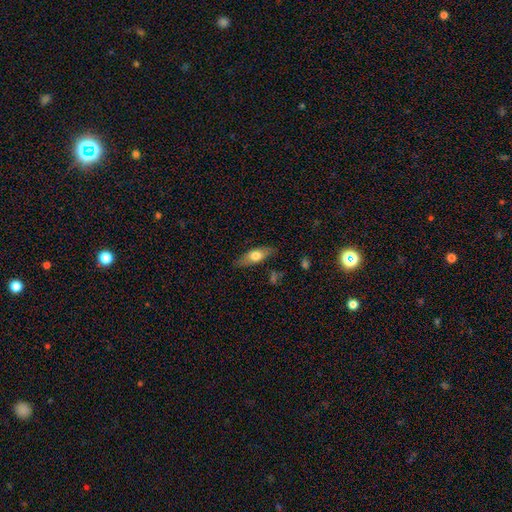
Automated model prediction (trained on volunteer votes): This is likely a smooth galaxy (60%). How rounded: likely in between (62%). Merging: clearly none (82%).